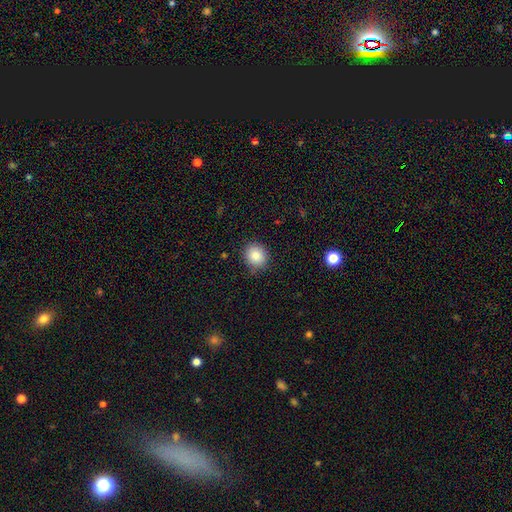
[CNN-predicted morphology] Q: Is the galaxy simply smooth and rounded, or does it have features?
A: smooth — 86%.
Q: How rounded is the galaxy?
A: round — 80%.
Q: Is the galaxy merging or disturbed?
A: none — 84%.